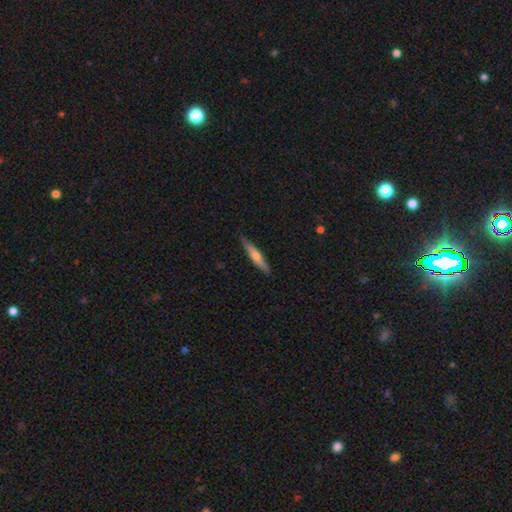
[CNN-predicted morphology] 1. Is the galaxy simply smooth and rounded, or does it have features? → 52% smooth, 43% featured or disk, 6% star or artifact.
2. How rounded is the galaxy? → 91% cigar-shaped, 8% in between, 1% round.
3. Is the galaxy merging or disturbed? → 86% none, 11% minor disturbance, 2% major disturbance, 1% merger.